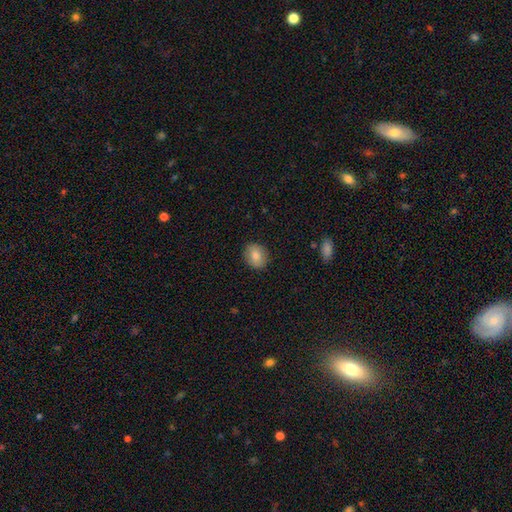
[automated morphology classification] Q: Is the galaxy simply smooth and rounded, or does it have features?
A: smooth — 82%.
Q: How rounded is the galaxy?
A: round — 50%.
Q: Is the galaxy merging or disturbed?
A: none — 88%.